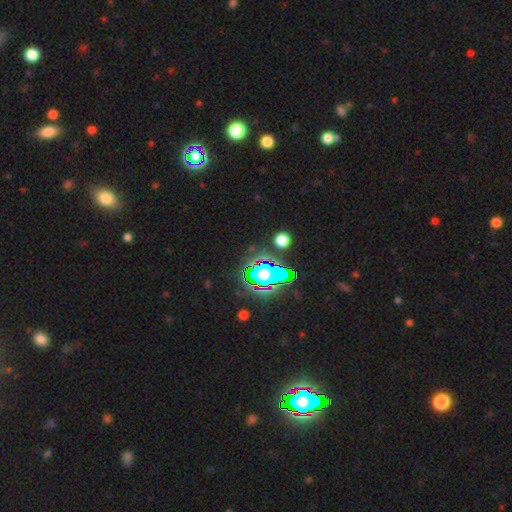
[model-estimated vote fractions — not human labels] Morphology: type=star or artifact (77%).